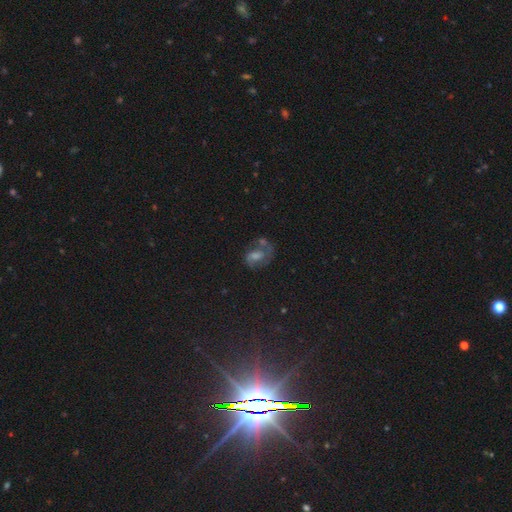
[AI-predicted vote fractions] A featured or disk galaxy (52%) with no bar (50%), spiral arms (75%) and a moderate central bulge (42%).

Vote fractions:
- Smooth or featured? featured or disk: 52% / star or artifact: 25% / smooth: 24%
- Edge-on disk? no: 96% / yes: 4%
- Bar? no: 50% / weak: 39% / strong: 11%
- Spiral arms? yes: 75% / no: 25%
- Bulge size? moderate: 42% / small: 27% / large: 14% / none: 14% / dominant: 3%
- Merging? none: 48% / major disturbance: 20% / minor disturbance: 20% / merger: 12%